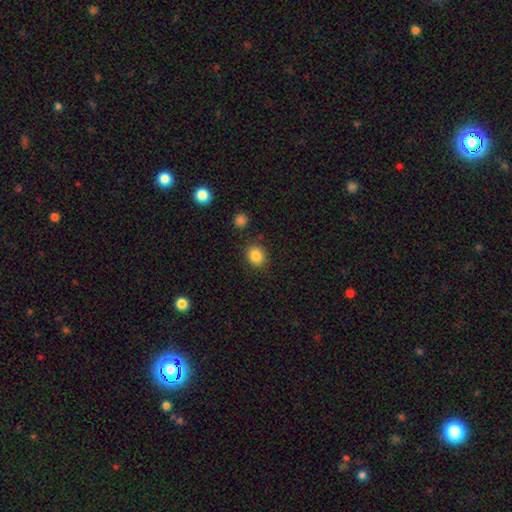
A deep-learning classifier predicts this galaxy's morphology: smooth 85%, star or artifact 10%, featured or disk 5%. Down the decision tree: how rounded — round (66%); merging — none (85%).